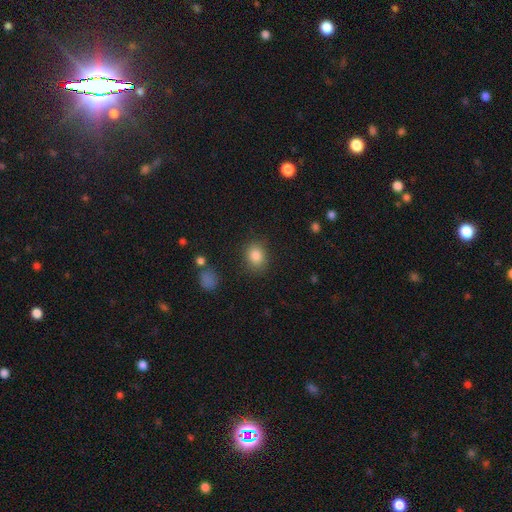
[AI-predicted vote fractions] Q: Smooth or featured?
A: smooth (84%); runner-up: star or artifact (10%)
Q: How rounded?
A: in between (54%); runner-up: round (45%)
Q: Merging?
A: none (82%); runner-up: minor disturbance (12%)